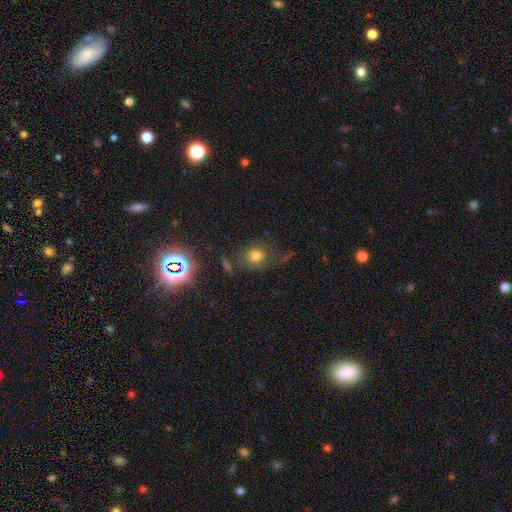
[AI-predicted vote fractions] The model was most divided on "merging": none: 66%, minor disturbance: 17%, major disturbance: 12%, merger: 6%. More confident: how rounded — round (83%); smooth or featured — smooth (71%).